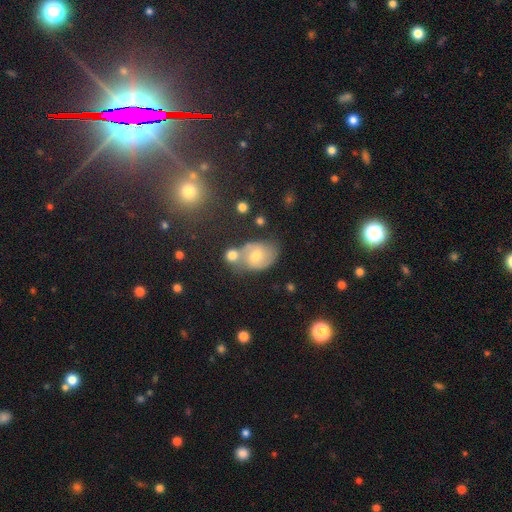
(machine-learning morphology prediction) A smooth galaxy with no disk features (45%). Merging: none (44%).